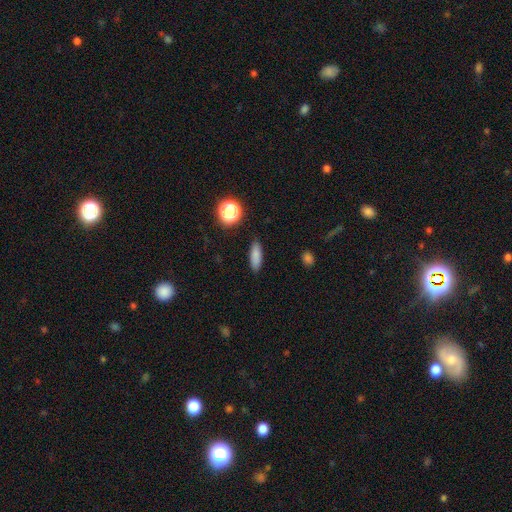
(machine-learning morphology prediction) This is clearly a smooth galaxy (83%). How rounded: possibly in between (54%). Merging: clearly none (88%).